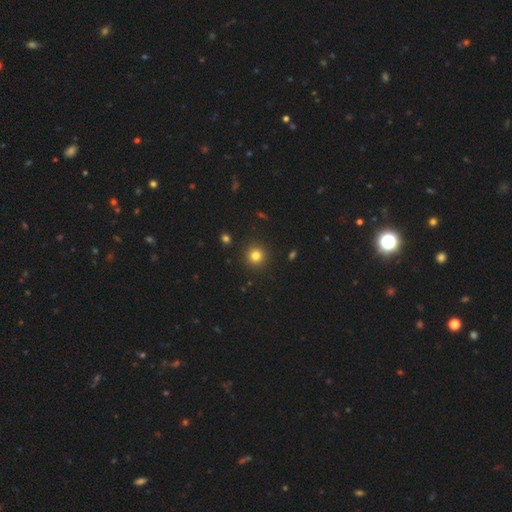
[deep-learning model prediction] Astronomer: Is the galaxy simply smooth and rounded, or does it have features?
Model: smooth — 81%.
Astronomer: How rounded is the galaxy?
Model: round — 95%.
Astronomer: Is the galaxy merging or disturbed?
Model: none — 92%.